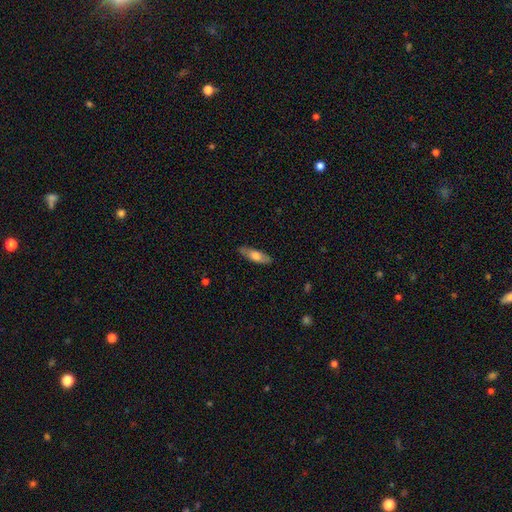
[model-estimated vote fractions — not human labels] A smooth galaxy with no disk features (64%) that is in between round and cigar-shaped (51%). Merging: none (85%).